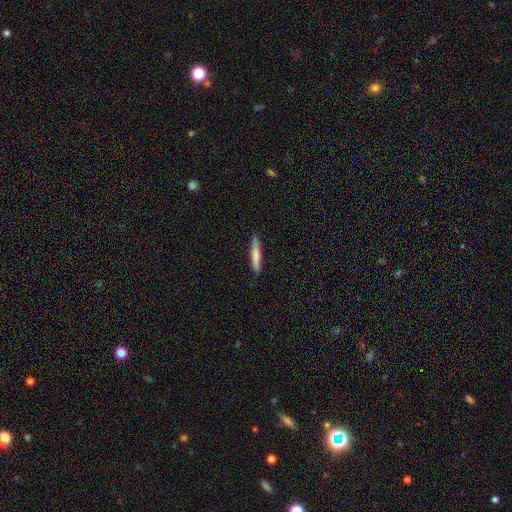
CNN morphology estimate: Smooth or featured? smooth (74%)
How rounded? cigar-shaped (92%)
Merging? none (88%)